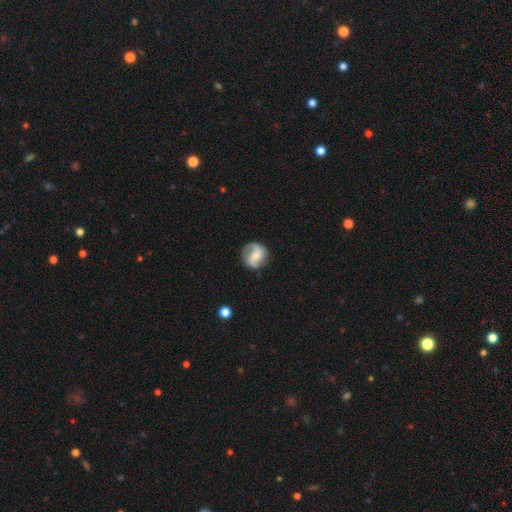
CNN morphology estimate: featured or disk 70%, smooth 23%, star or artifact 7%. Down the decision tree: edge-on disk — no (98%); bar — weak (42%); spiral arms — yes (92%); spiral arm count — 2 (85%); spiral winding — medium (42%); bulge size — small (47%); merging — none (80%).